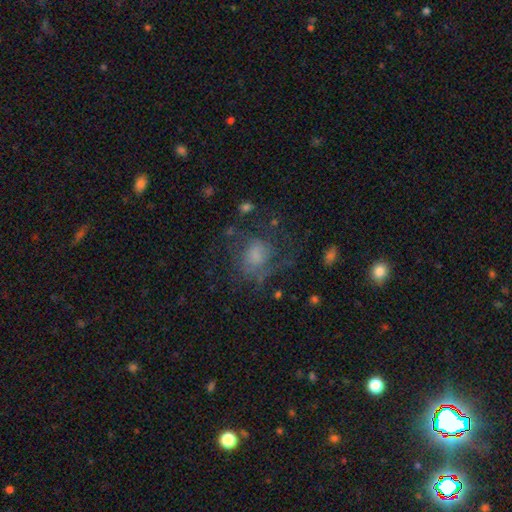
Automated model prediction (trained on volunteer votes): A smooth galaxy with no disk features (44%).

Vote fractions:
- Smooth or featured? smooth: 44% / featured or disk: 42% / star or artifact: 14%
- Merging? none: 46% / major disturbance: 30% / minor disturbance: 20% / merger: 3%